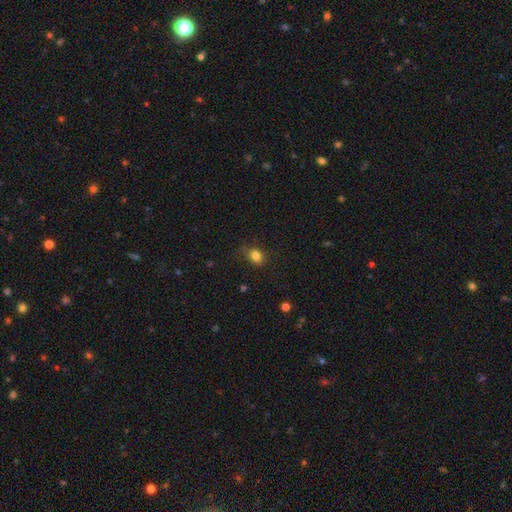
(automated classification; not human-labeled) A smooth galaxy with no disk features (82%) that is in between round and cigar-shaped (53%). Merging: none (67%).